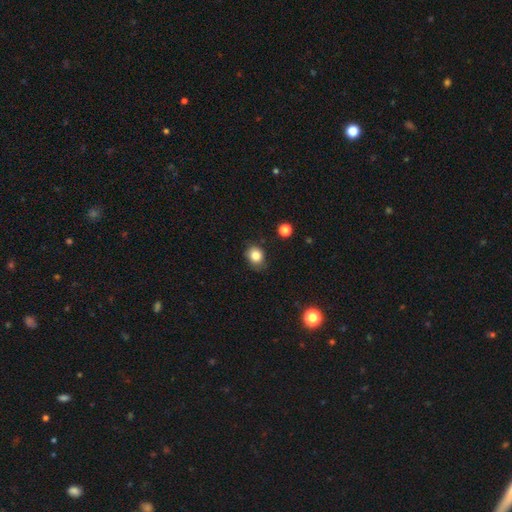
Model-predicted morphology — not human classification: Smooth or featured?
  - smooth: 83% *
  - star or artifact: 10%
  - featured or disk: 6%
How rounded?
  - round: 56% *
  - in between: 43%
  - cigar-shaped: 1%
Merging?
  - none: 78% *
  - minor disturbance: 17%
  - major disturbance: 3%
  - merger: 2%